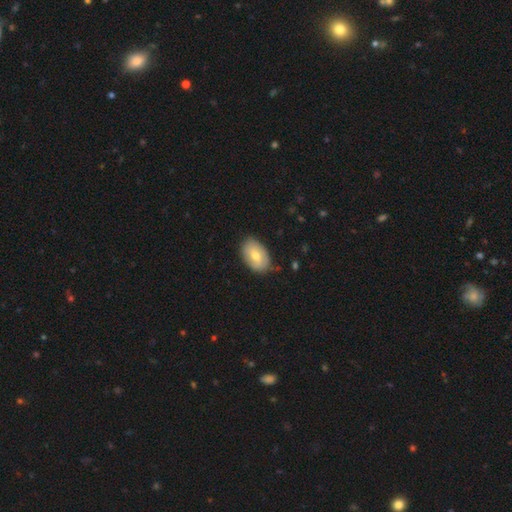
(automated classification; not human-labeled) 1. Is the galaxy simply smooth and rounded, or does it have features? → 67% smooth, 26% featured or disk, 6% star or artifact.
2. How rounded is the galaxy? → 90% in between, 9% round, 1% cigar-shaped.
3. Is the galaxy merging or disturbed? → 78% none, 17% minor disturbance, 3% major disturbance, 1% merger.